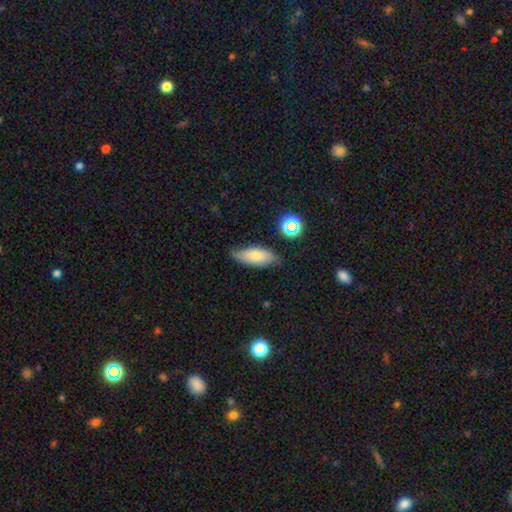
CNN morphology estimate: The model was most divided on "merging": none: 73%, minor disturbance: 21%, major disturbance: 4%, merger: 2%. More confident: how rounded — in between (80%); smooth or featured — smooth (72%).